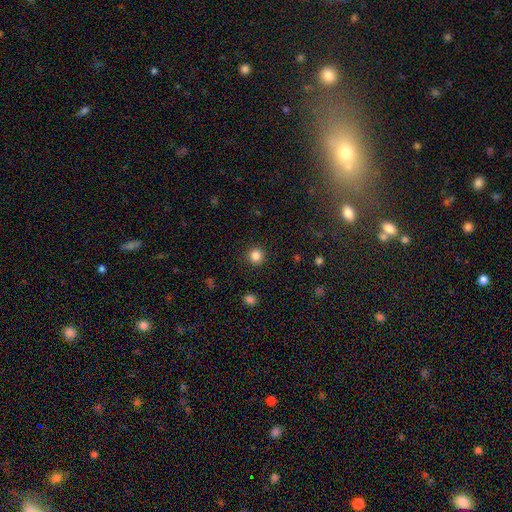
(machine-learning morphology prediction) A smooth galaxy with no disk features (84%) that is round (95%).

Vote fractions:
- Smooth or featured? smooth: 84% / star or artifact: 12% / featured or disk: 4%
- How rounded? round: 95% / in between: 4% / cigar-shaped: 1%
- Merging? none: 92% / minor disturbance: 5% / major disturbance: 2% / merger: 1%